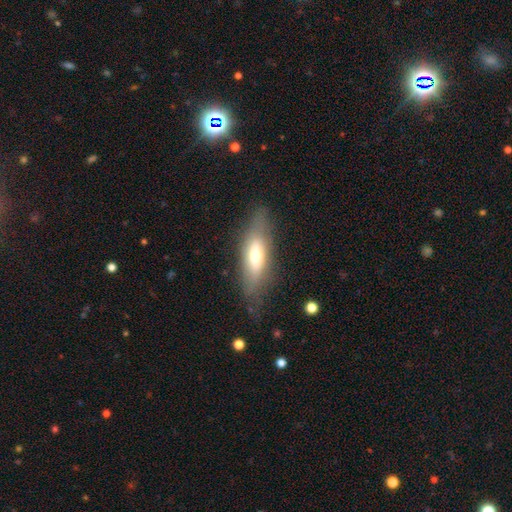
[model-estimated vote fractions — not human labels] Smooth or featured?
  - smooth: 55% *
  - featured or disk: 38%
  - star or artifact: 7%
How rounded?
  - in between: 53% *
  - cigar-shaped: 44%
  - round: 3%
Merging?
  - none: 73% *
  - minor disturbance: 18%
  - major disturbance: 7%
  - merger: 2%